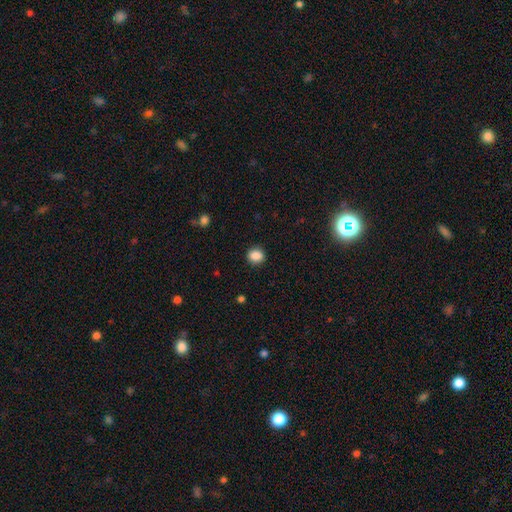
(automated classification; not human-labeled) Morphology: type=smooth (87%); roundness=round (69%); merging=none (89%).